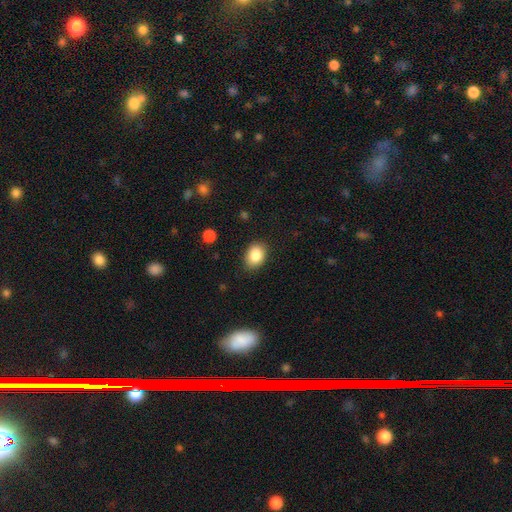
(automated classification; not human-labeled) Overall: smooth (86%). How rounded: in between (69%; round 30%). Merging: none (84%).